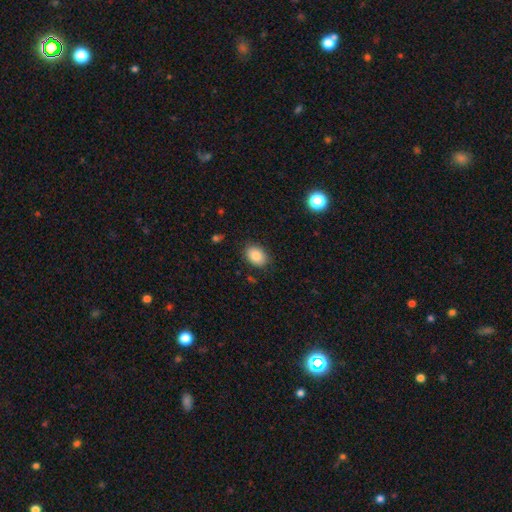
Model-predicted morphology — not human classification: smooth-or-featured: smooth: 87% | star or artifact: 8% | featured or disk: 6%
  how-rounded: in between: 76% | round: 23% | cigar-shaped: 1%
  merging: none: 84% | minor disturbance: 12% | major disturbance: 3% | merger: 1%